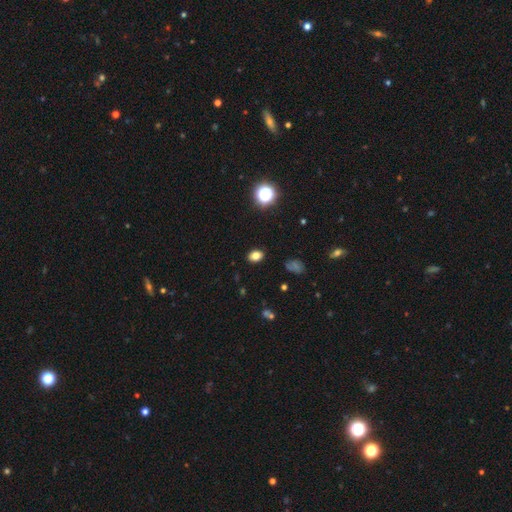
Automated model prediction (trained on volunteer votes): Overall: smooth (79%). How rounded: in between (73%). Merging: none (88%).